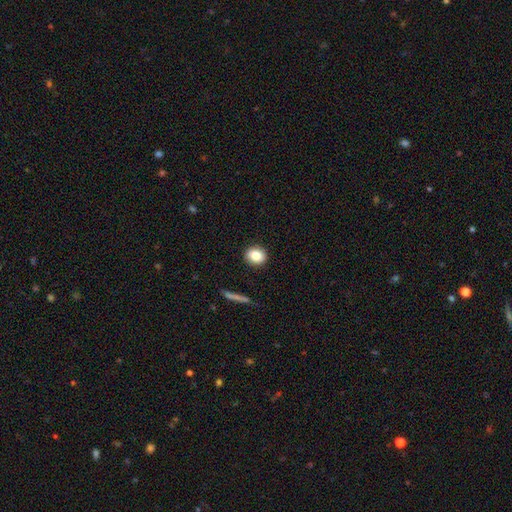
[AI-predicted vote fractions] Smooth or featured: smooth — 84% (star or artifact — 9%)
How rounded: round — 71% (in between — 27%)
Merging: none — 90% (minor disturbance — 7%)